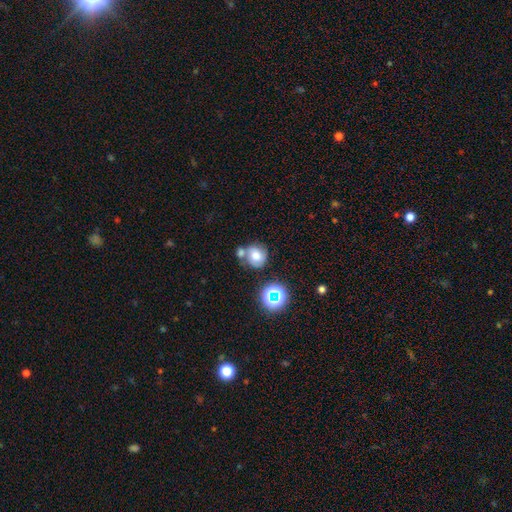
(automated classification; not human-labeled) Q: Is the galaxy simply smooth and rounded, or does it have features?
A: smooth — 62%.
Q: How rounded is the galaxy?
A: round — 82%.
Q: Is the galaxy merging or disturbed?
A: none — 46%.